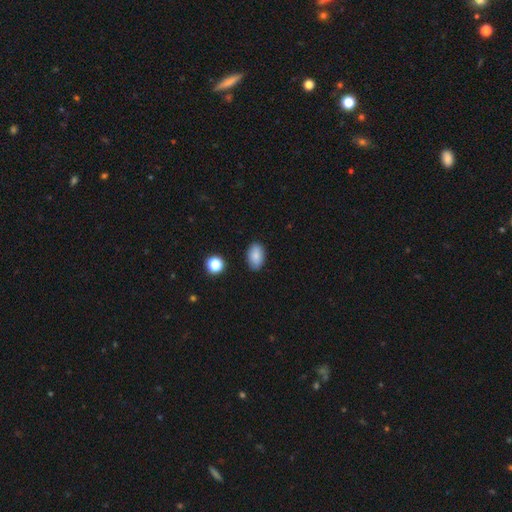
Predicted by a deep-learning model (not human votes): Morphology: type=smooth (86%); roundness=in between (90%); merging=none (87%).